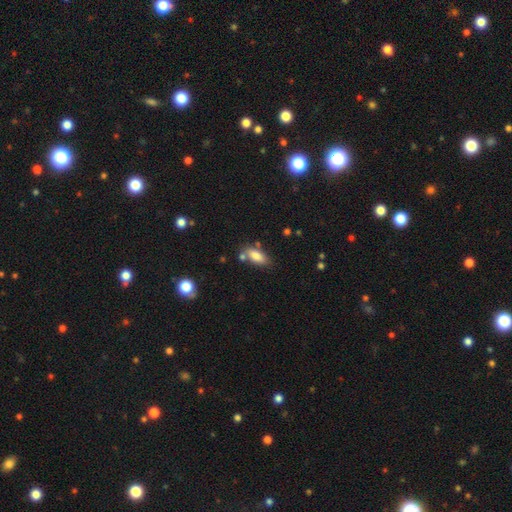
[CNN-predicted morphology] smooth_or_featured: smooth (p=0.82) [alt: featured or disk p=0.10]
how_rounded: in between (p=0.83) [alt: cigar-shaped p=0.14]
merging: none (p=0.68) [alt: minor disturbance p=0.17]